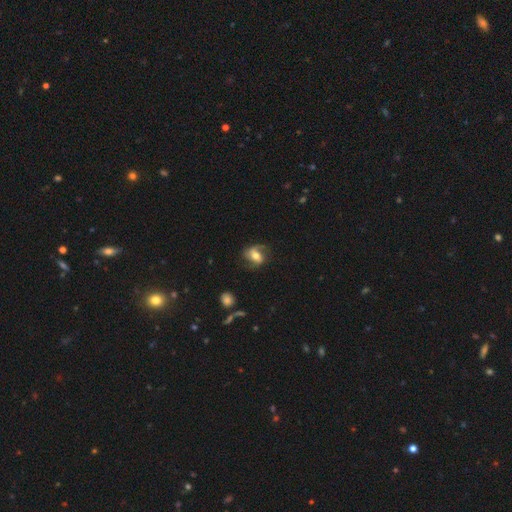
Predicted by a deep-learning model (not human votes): A featured or disk galaxy (63%) with a weak bar (37%), 2 (79%) loose (43%) spiral arms (86%) and a moderate central bulge (67%). Merging: none (65%).